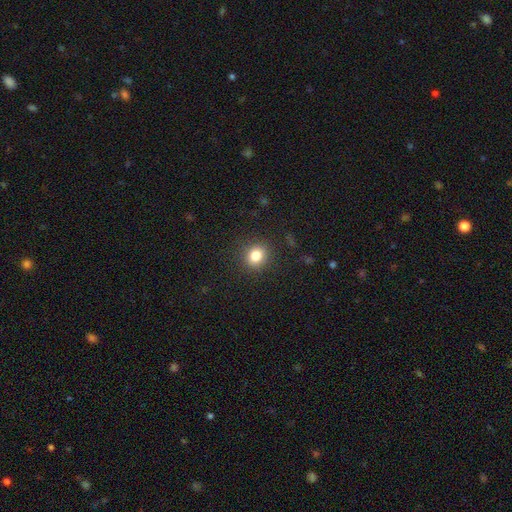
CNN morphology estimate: The model was most divided on "how rounded": round: 76%, in between: 23%, cigar-shaped: 1%. More confident: merging — none (89%); smooth or featured — smooth (83%).